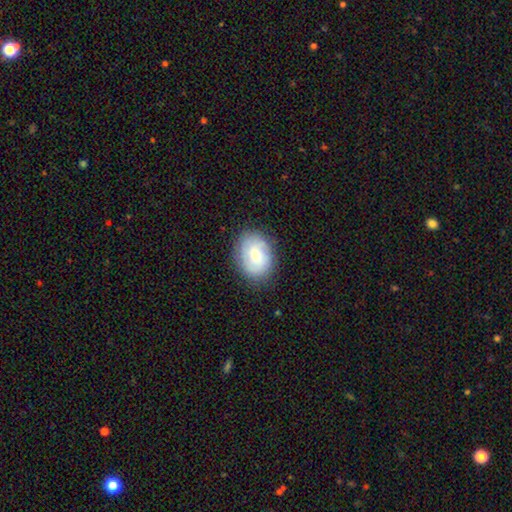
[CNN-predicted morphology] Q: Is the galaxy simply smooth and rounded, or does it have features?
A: smooth — 53%.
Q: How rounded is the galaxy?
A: in between — 62%.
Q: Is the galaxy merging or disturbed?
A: none — 80%.